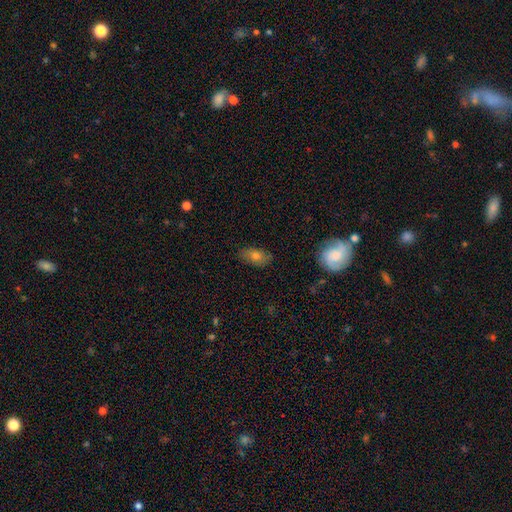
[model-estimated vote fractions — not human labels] smooth-or-featured: smooth: 69% | featured or disk: 20% | star or artifact: 10%
  how-rounded: in between: 86% | round: 9% | cigar-shaped: 5%
  merging: none: 81% | minor disturbance: 15% | major disturbance: 3% | merger: 1%